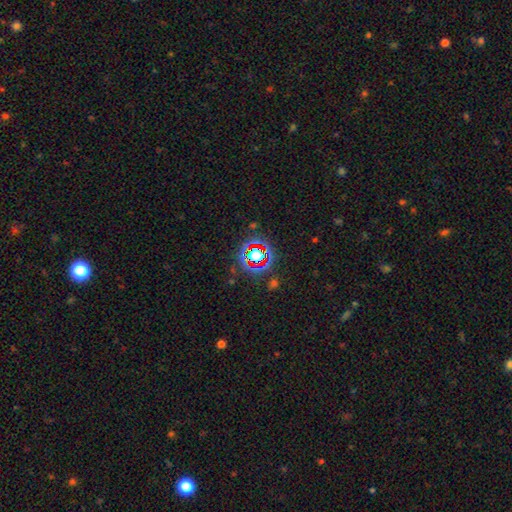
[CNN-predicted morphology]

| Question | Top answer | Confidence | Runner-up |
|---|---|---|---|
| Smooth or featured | star or artifact | 69% | smooth (19%) |